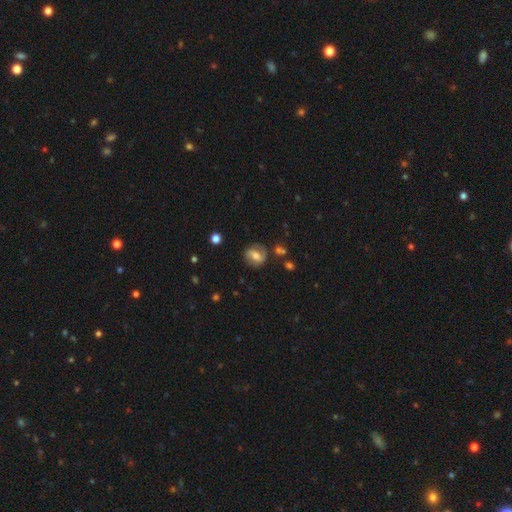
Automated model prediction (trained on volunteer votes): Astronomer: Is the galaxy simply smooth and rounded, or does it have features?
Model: featured or disk — 47% (runner-up: smooth, 45%).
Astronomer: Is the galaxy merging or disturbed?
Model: none — 74%.